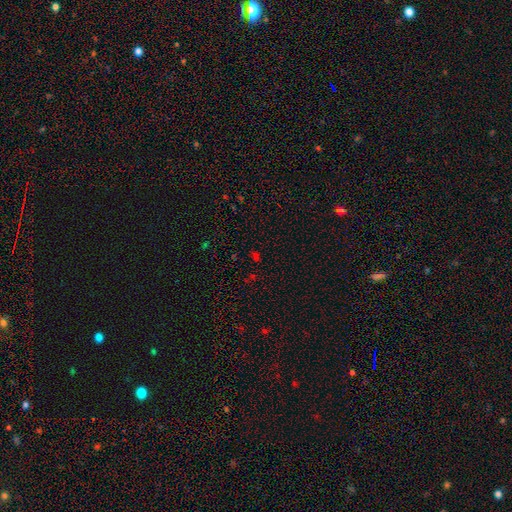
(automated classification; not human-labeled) This appears to be a star or artifact, not a galaxy (51%).